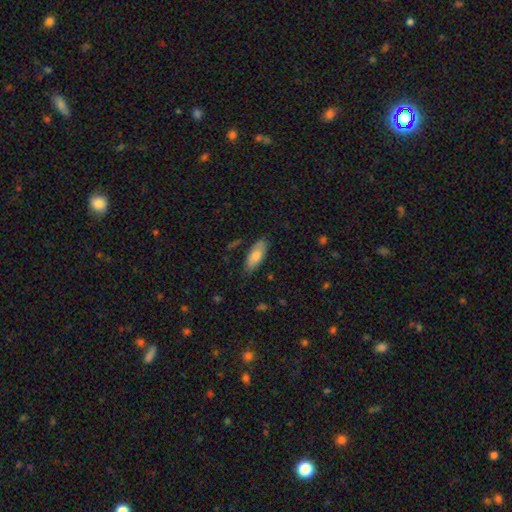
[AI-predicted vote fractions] Smooth or featured? Predicted: smooth (p=0.74). How rounded? Predicted: in between (p=0.81). Merging? Predicted: none (p=0.80).